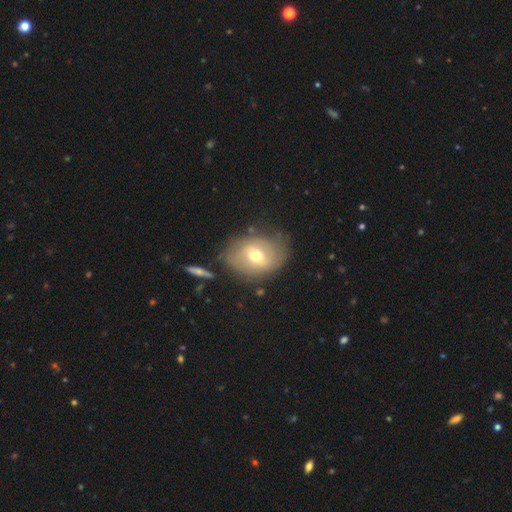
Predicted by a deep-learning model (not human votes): This appears to be a smooth galaxy with no disk features (53%) that is in between round and cigar-shaped (54%). Merging: none (69%).